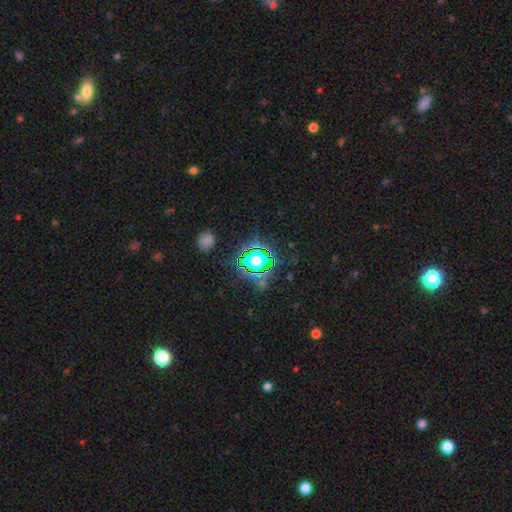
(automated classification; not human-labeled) Smooth or featured?
  - star or artifact: 71% *
  - smooth: 20%
  - featured or disk: 9%